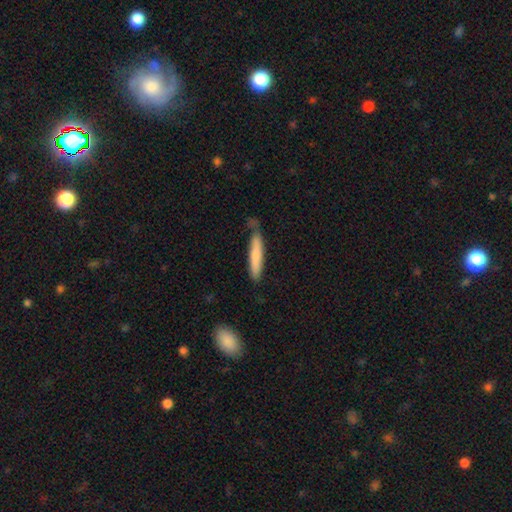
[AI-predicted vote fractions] This is likely a smooth galaxy (75%). How rounded: clearly cigar-shaped (92%). Merging: likely none (67%).